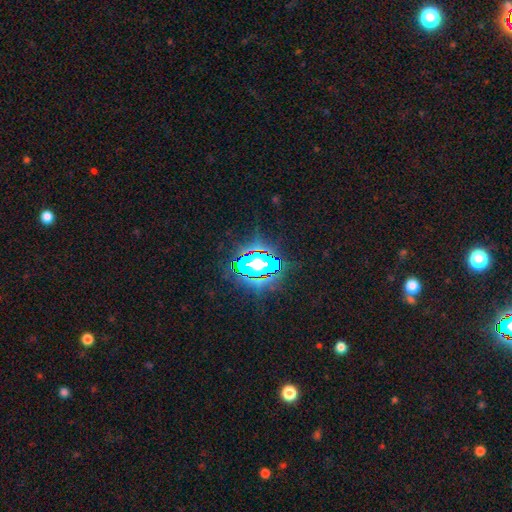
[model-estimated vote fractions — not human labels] Q: Smooth or featured?
A: star or artifact (77%); runner-up: smooth (13%)